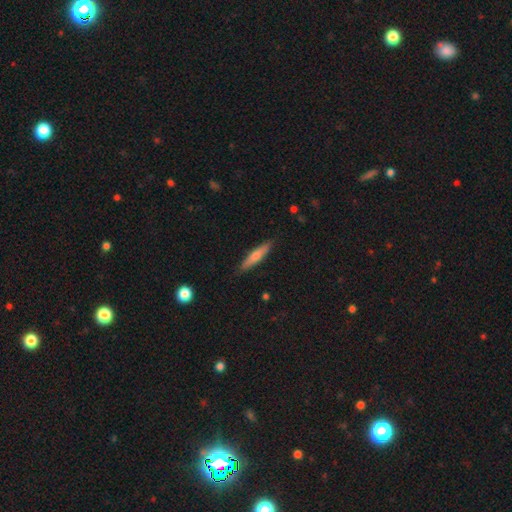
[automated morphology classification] Smooth or featured: smooth — 58% (featured or disk — 36%)
How rounded: cigar-shaped — 87% (in between — 11%)
Merging: none — 88% (minor disturbance — 9%)